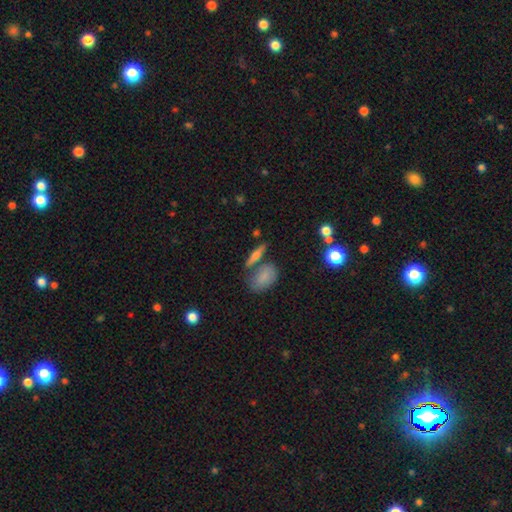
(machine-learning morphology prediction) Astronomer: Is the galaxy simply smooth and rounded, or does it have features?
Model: smooth — 48% (runner-up: featured or disk, 41%).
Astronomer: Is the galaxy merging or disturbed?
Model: none — 68%.